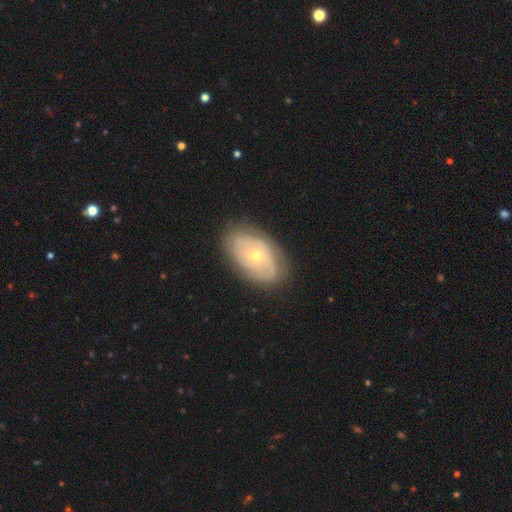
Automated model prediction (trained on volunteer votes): Smooth or featured? Predicted: featured or disk (p=0.65). Edge-on disk? Predicted: no (p=0.93). Bar? Predicted: no (p=0.85). Spiral arms? Predicted: yes (p=0.64). Bulge size? Predicted: small (p=0.64). Merging? Predicted: none (p=0.77).